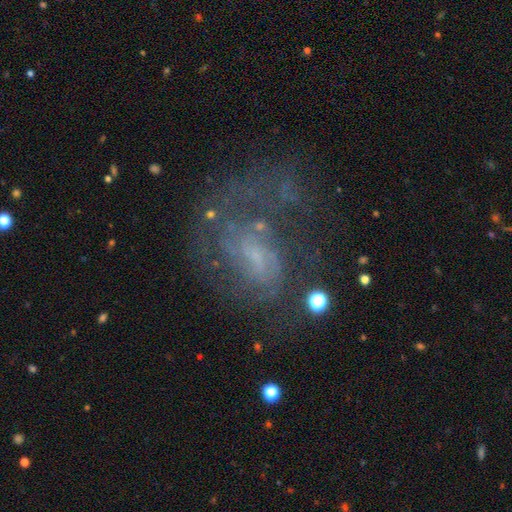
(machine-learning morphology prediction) smooth_or_featured: featured or disk (p=0.71) [alt: smooth p=0.16]
disk_edge_on: no (p=0.97) [alt: yes p=0.03]
bar: no (p=0.51) [alt: weak p=0.40]
has_spiral_arms: yes (p=0.76) [alt: no p=0.24]
spiral_winding: medium (p=0.40) [alt: tight p=0.36]
spiral_arm_count: can't tell (p=0.37) [alt: 2 p=0.26]
bulge_size: small (p=0.43) [alt: none p=0.38]
merging: none (p=0.42) [alt: major disturbance p=0.34]